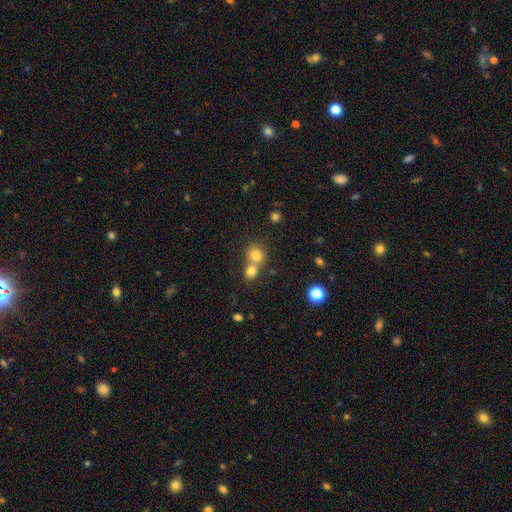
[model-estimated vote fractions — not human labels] smooth_or_featured: smooth (p=0.77) [alt: star or artifact p=0.13]
how_rounded: round (p=0.76) [alt: in between p=0.23]
merging: merger (p=0.55) [alt: none p=0.37]